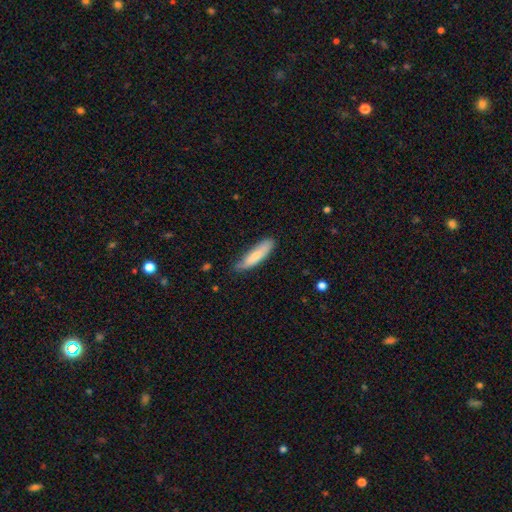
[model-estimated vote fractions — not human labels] smooth_or_featured: smooth (p=0.77) [alt: featured or disk p=0.17]
how_rounded: cigar-shaped (p=0.66) [alt: in between p=0.32]
merging: none (p=0.68) [alt: minor disturbance p=0.26]